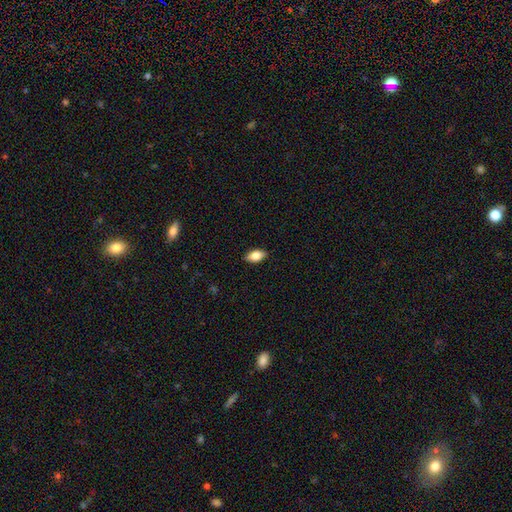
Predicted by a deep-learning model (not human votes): Morphology: type=smooth (80%); roundness=in between (90%); merging=none (88%).